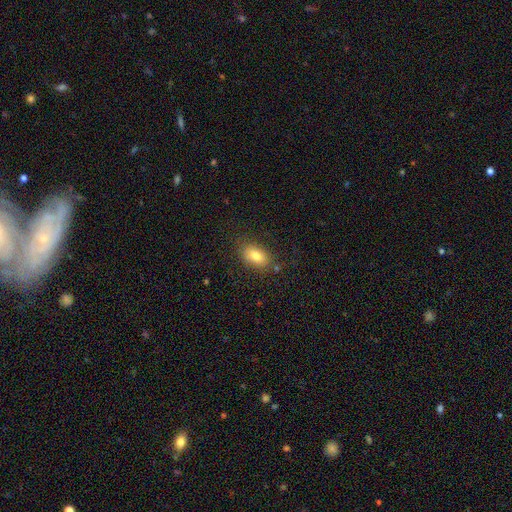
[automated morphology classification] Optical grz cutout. It shows a smooth galaxy with no disk features (81%) that is in between round and cigar-shaped (87%). Merging: none (82%).